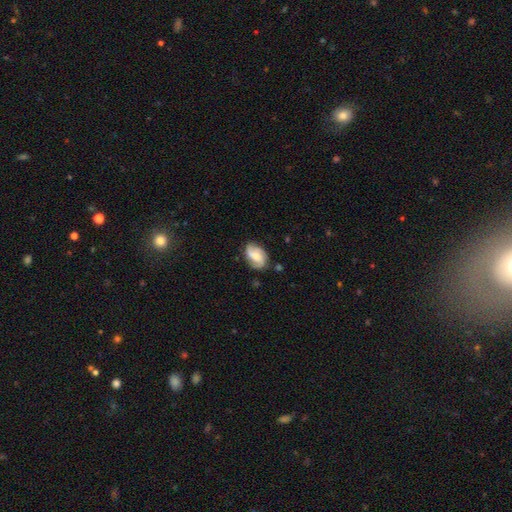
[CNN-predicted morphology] The model was most divided on "bar": no: 49%, weak: 40%, strong: 12%. Remaining: edge-on disk — no (97%); spiral arms — yes (92%); merging — none (70%); smooth or featured — featured or disk (63%); spiral arm count — 2 (54%); bulge size — moderate (50%); spiral winding — medium (42%).